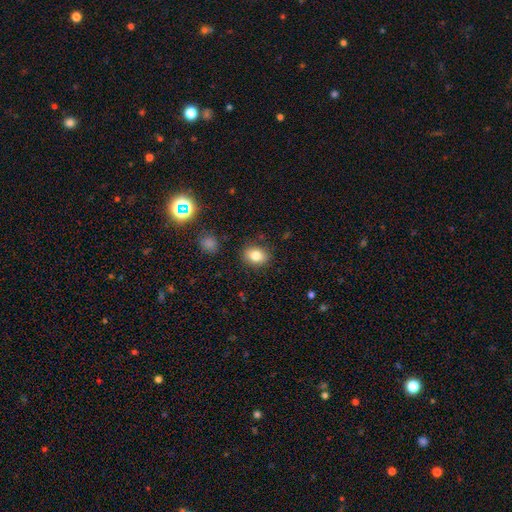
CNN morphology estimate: This appears to be a smooth galaxy with no disk features (81%) that is in between round and cigar-shaped (55%). Merging: none (85%).